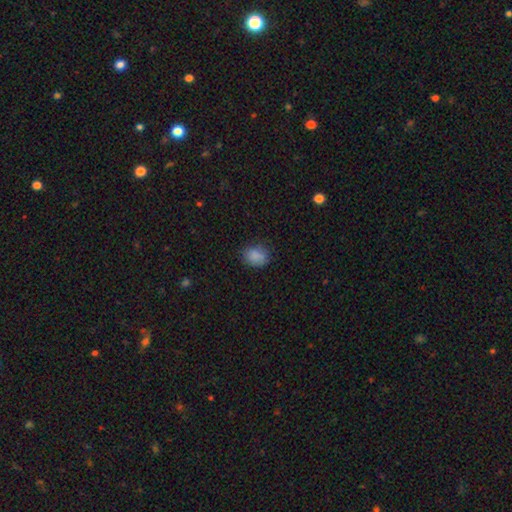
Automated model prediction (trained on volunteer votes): Smooth or featured?
  - smooth: 86% *
  - star or artifact: 9%
  - featured or disk: 5%
How rounded?
  - round: 53% *
  - in between: 46%
  - cigar-shaped: 1%
Merging?
  - none: 78% *
  - minor disturbance: 17%
  - major disturbance: 4%
  - merger: 1%